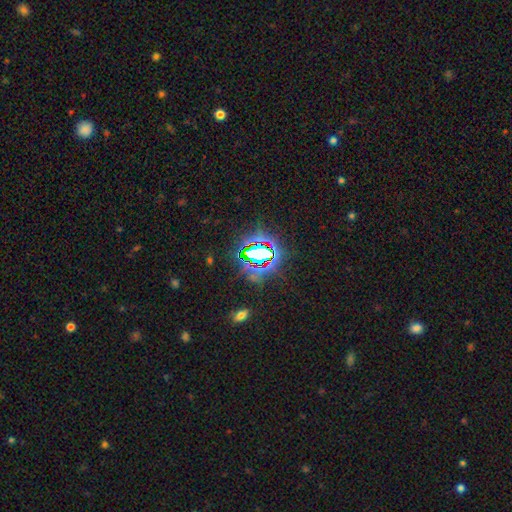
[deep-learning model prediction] smooth-or-featured: star or artifact: 75% | smooth: 14% | featured or disk: 10%